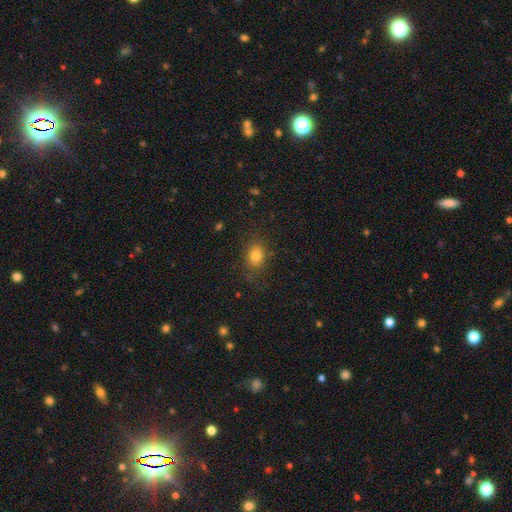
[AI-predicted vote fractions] smooth 81%, star or artifact 12%, featured or disk 7%. Down the decision tree: how rounded — in between (61%); merging — none (80%).